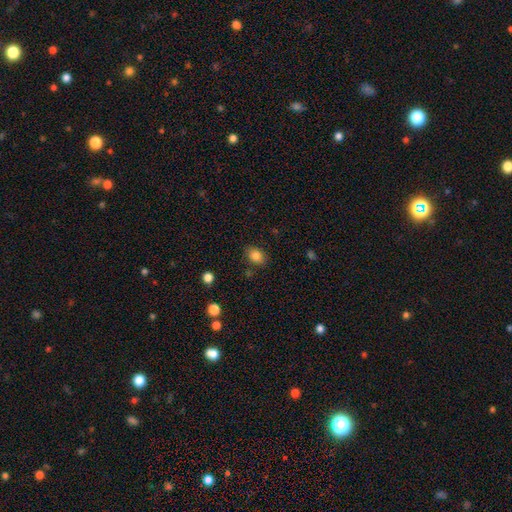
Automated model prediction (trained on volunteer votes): Smooth or featured? Predicted: smooth (p=0.84). How rounded? Predicted: in between (p=0.66). Merging? Predicted: none (p=0.81).